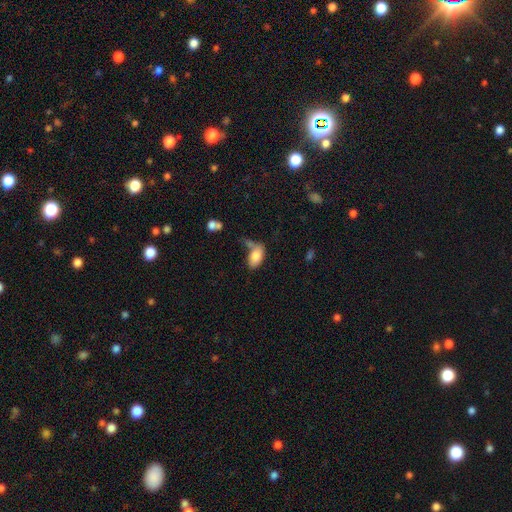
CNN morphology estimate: A smooth galaxy with no disk features (82%) that is in between round and cigar-shaped (93%). Merging: none (37%).